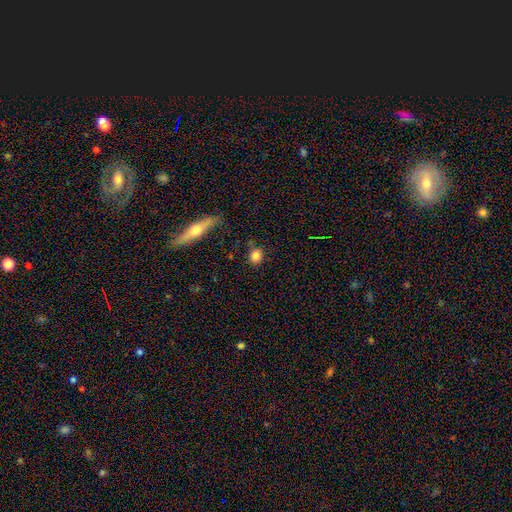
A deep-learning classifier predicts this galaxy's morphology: A smooth galaxy with no disk features (82%) that is round (76%). Merging: none (79%).